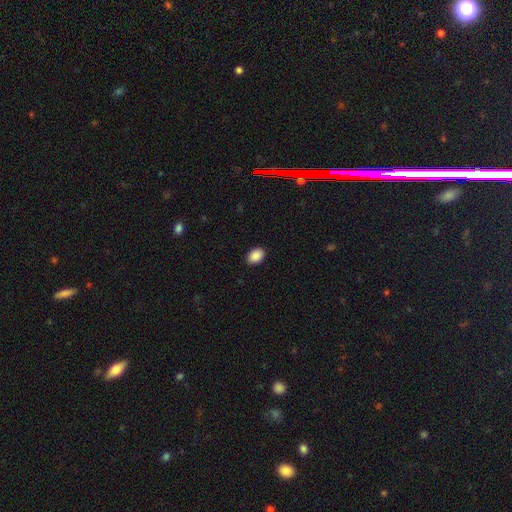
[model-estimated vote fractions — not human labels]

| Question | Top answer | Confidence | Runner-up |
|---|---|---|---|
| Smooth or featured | smooth | 89% | star or artifact (8%) |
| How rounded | in between | 78% | round (21%) |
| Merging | none | 90% | minor disturbance (7%) |